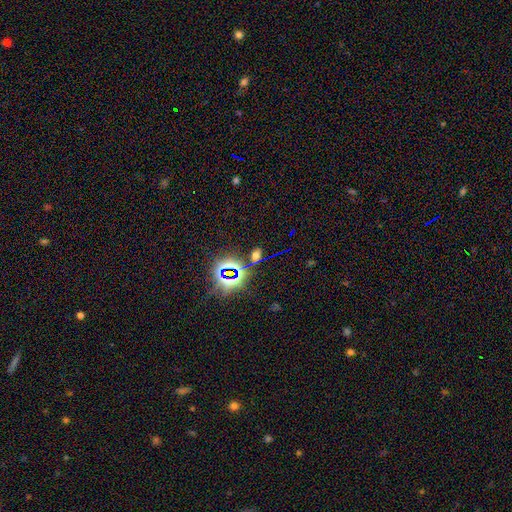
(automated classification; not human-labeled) Smooth or featured: star or artifact — 62% (smooth — 30%)